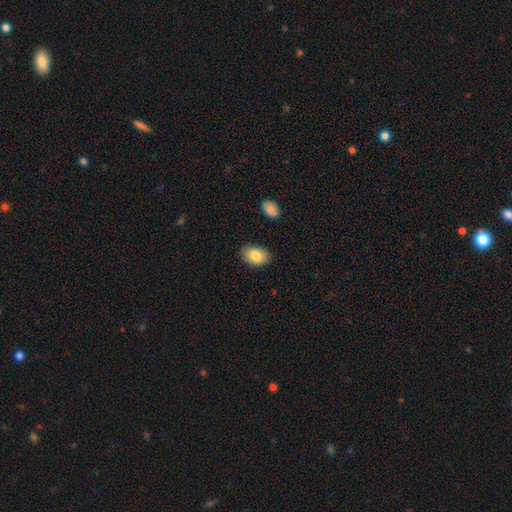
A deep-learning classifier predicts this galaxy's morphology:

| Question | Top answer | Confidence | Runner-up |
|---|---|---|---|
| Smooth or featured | smooth | 83% | featured or disk (10%) |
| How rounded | in between | 87% | round (12%) |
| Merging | none | 85% | minor disturbance (11%) |